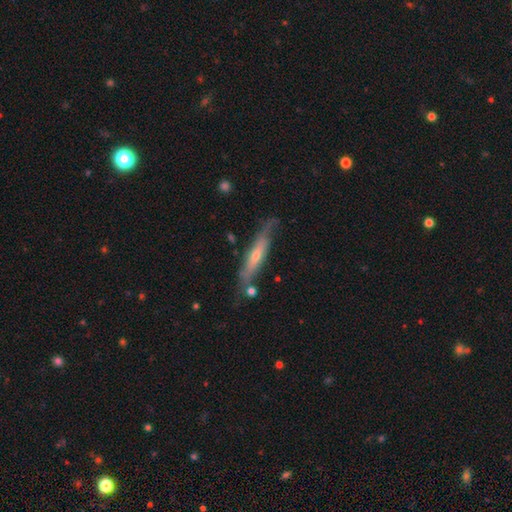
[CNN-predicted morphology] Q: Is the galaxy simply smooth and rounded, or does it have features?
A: featured or disk — 61%.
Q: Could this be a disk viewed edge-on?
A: yes — 72%.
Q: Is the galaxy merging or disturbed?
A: none — 64%.